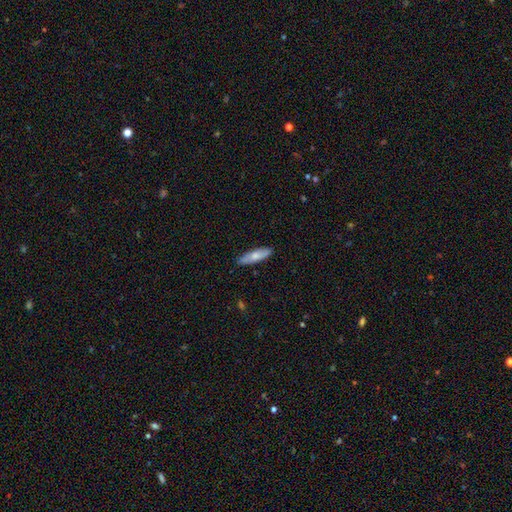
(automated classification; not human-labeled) This appears to be a smooth galaxy with no disk features (70%) that is cigar-shaped (60%). Merging: none (86%).